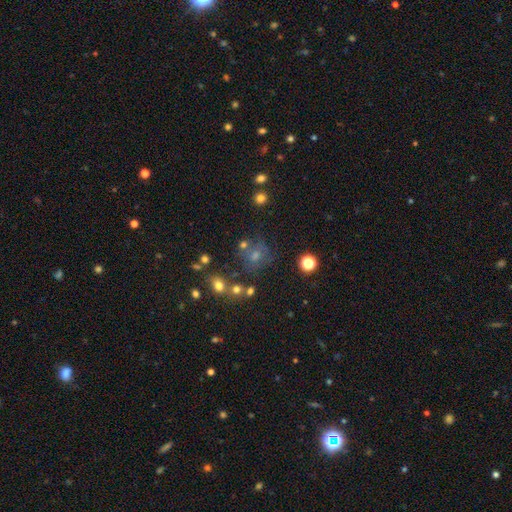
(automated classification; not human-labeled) Overall: smooth (49%; star or artifact 34%). Merging: none (66%).